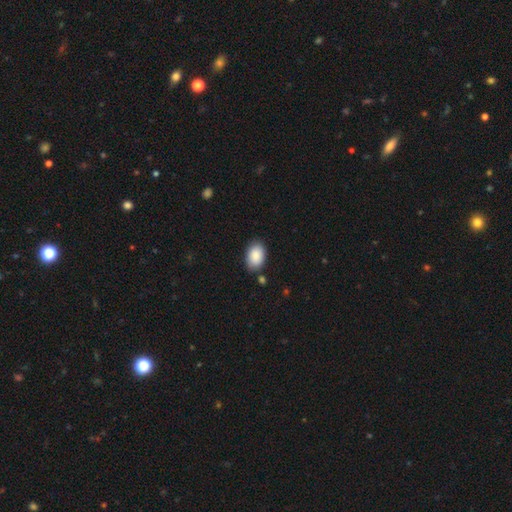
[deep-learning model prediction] This is clearly a smooth galaxy (88%). How rounded: clearly in between (88%). Merging: clearly none (81%).